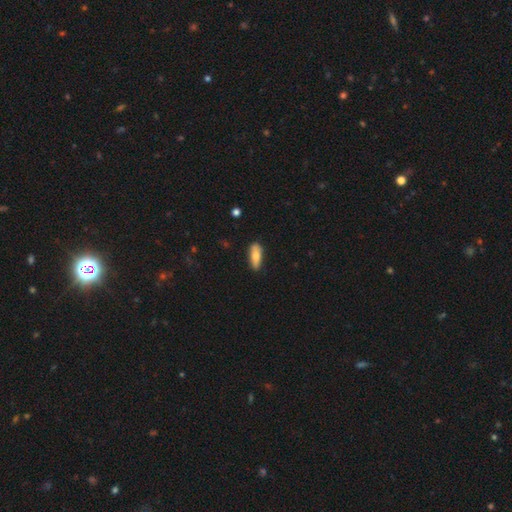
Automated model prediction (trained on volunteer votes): This appears to be a smooth galaxy with no disk features (76%) that is in between round and cigar-shaped (57%). Merging: none (84%).